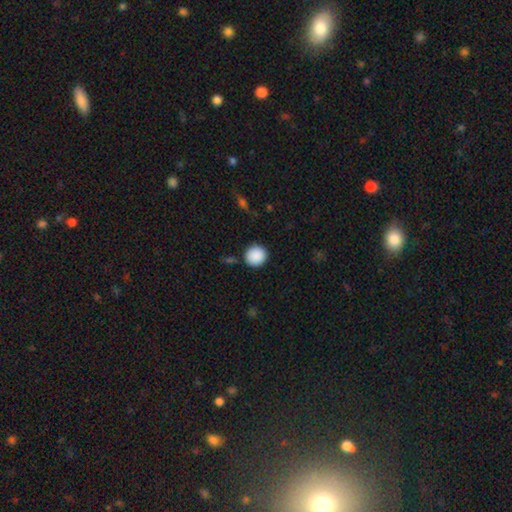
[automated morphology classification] Smooth or featured?
  - smooth: 90% *
  - star or artifact: 8%
  - featured or disk: 3%
How rounded?
  - round: 91% *
  - in between: 8%
  - cigar-shaped: 1%
Merging?
  - none: 89% *
  - minor disturbance: 7%
  - major disturbance: 2%
  - merger: 2%